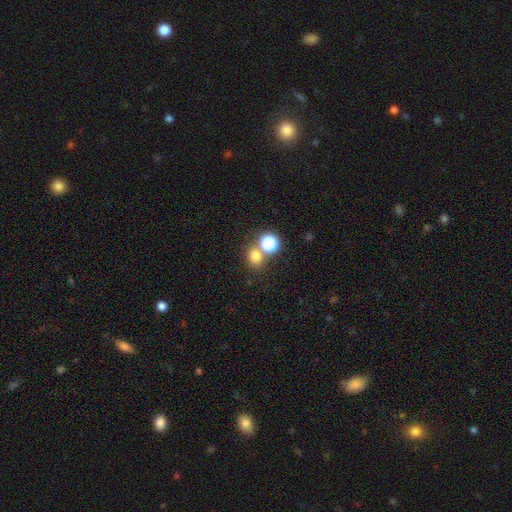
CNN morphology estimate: type=smooth (73%); roundness=round (75%); merging=none (60%).